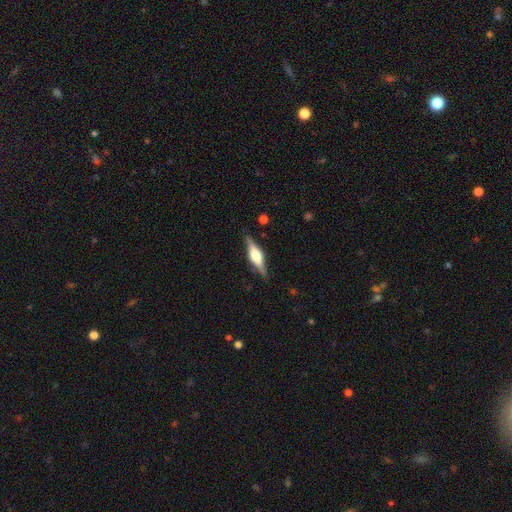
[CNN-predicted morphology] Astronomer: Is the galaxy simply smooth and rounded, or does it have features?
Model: featured or disk — 71%.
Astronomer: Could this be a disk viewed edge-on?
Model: yes — 97%.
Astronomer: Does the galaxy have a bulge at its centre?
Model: rounded — 82%.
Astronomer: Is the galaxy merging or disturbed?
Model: none — 86%.